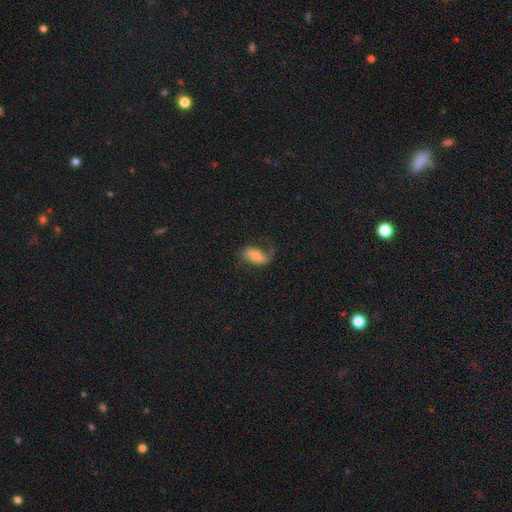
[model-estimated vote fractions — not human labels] This is possibly a featured or disk galaxy (50%). It is clearly not viewed edge-on (92%). Merging: possibly none (52%).